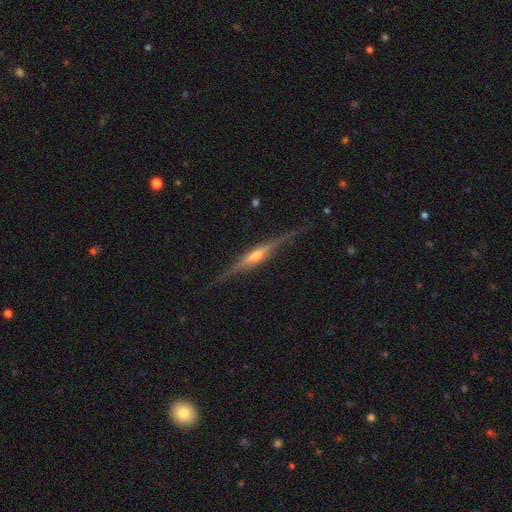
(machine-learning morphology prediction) Smooth or featured?
  - featured or disk: 83% *
  - smooth: 11%
  - star or artifact: 6%
Edge-on disk?
  - yes: 97% *
  - no: 3%
Edge-on bulge?
  - rounded: 78% *
  - boxy: 12%
  - none: 10%
Merging?
  - none: 83% *
  - minor disturbance: 13%
  - major disturbance: 3%
  - merger: 1%